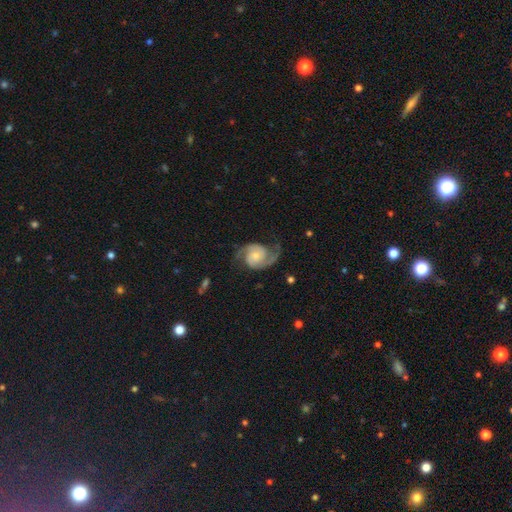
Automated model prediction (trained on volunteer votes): Smooth or featured?
  - featured or disk: 89% *
  - smooth: 6%
  - star or artifact: 5%
Edge-on disk?
  - no: 98% *
  - yes: 2%
Bar?
  - no: 70% *
  - weak: 24%
  - strong: 5%
Spiral arms?
  - yes: 98% *
  - no: 2%
Spiral winding?
  - medium: 52% *
  - loose: 25%
  - tight: 23%
Spiral arm count?
  - 2: 93% *
  - can't tell: 2%
  - 1: 2%
  - 3: 1%
  - 4: 1%
  - more than 4: 1%
Bulge size?
  - small: 55% *
  - moderate: 32%
  - none: 7%
  - large: 4%
  - dominant: 2%
Merging?
  - none: 75% *
  - minor disturbance: 16%
  - major disturbance: 8%
  - merger: 2%